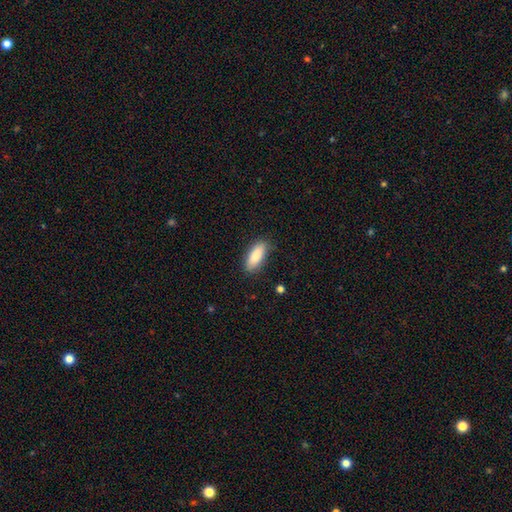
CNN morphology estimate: smooth 87%, featured or disk 7%, star or artifact 6%. Down the decision tree: how rounded — in between (76%); merging — none (83%).